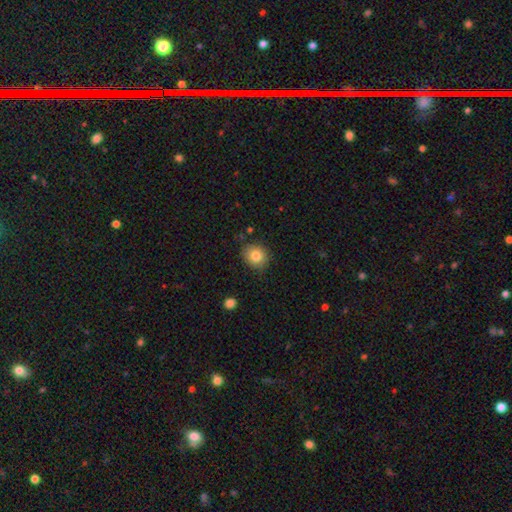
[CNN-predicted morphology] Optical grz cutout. It shows a smooth galaxy with no disk features (82%) that is round (78%). Merging: none (84%).